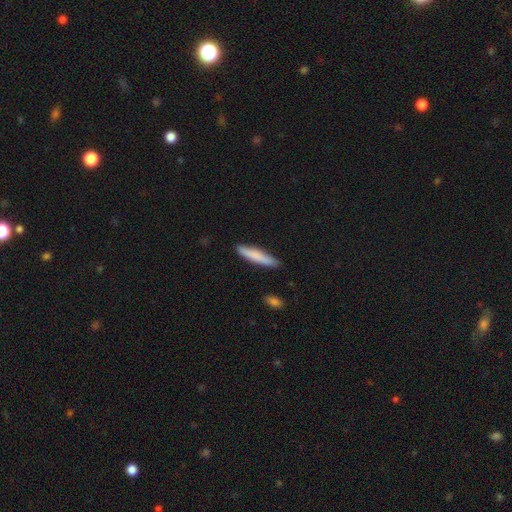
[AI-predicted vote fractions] smooth-or-featured: smooth: 79% | featured or disk: 15% | star or artifact: 5%
  how-rounded: cigar-shaped: 90% | in between: 9% | round: 1%
  merging: none: 87% | minor disturbance: 10% | major disturbance: 2% | merger: 1%